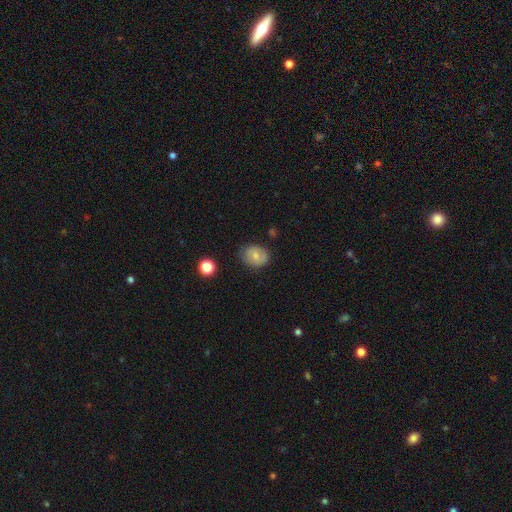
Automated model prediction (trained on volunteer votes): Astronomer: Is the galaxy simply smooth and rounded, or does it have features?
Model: smooth — 69%.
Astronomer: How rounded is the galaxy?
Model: round — 53% (runner-up: in between, 46%).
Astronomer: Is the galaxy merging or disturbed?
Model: none — 76%.